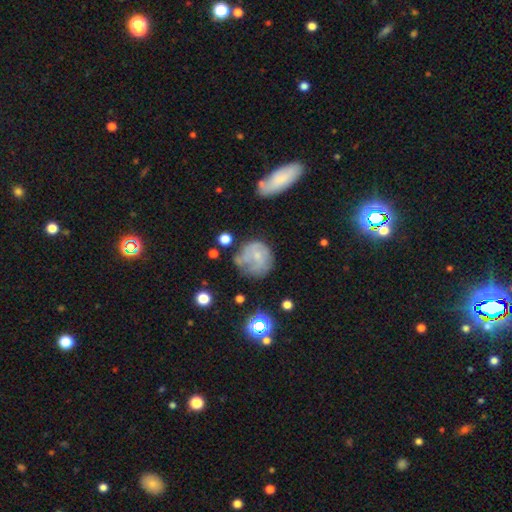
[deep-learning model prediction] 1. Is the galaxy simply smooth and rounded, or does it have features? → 47% smooth, 43% featured or disk, 10% star or artifact.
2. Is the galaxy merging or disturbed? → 46% none, 28% minor disturbance, 20% major disturbance, 6% merger.